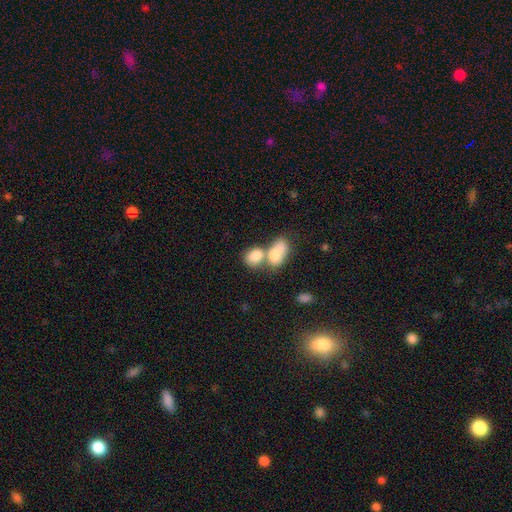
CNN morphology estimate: smooth-or-featured: smooth: 81% | featured or disk: 12% | star or artifact: 7%
  how-rounded: in between: 75% | round: 22% | cigar-shaped: 2%
  merging: merger: 63% | none: 24% | minor disturbance: 8% | major disturbance: 5%